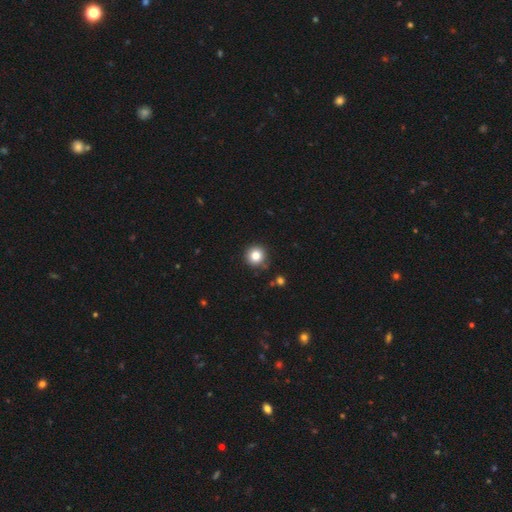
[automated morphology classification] This is clearly a smooth galaxy (83%). How rounded: clearly round (94%). Merging: clearly none (87%).